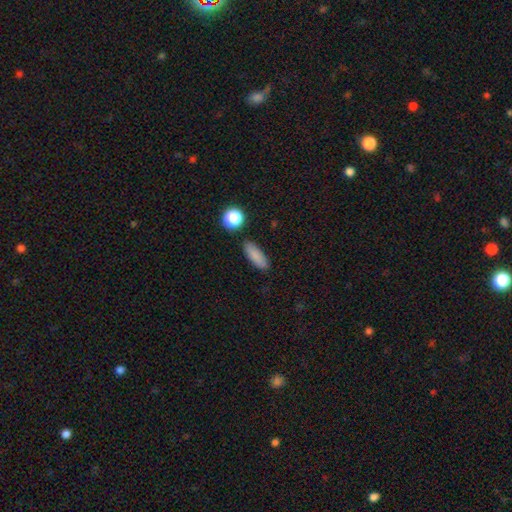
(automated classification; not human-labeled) smooth 86%, star or artifact 9%, featured or disk 6%. Down the decision tree: how rounded — in between (64%); merging — none (86%).